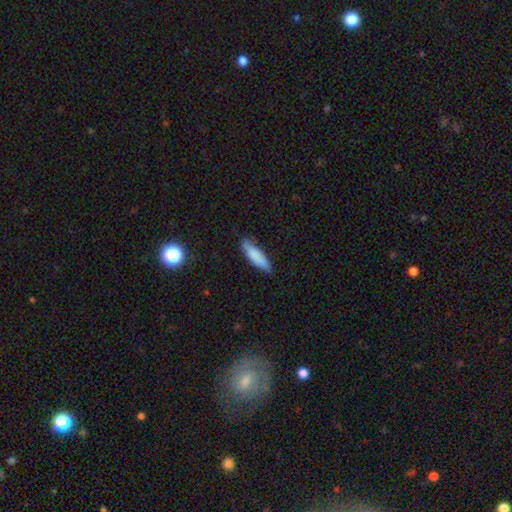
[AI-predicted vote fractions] This is clearly a smooth galaxy (83%). How rounded: likely cigar-shaped (64%). Merging: likely none (78%).